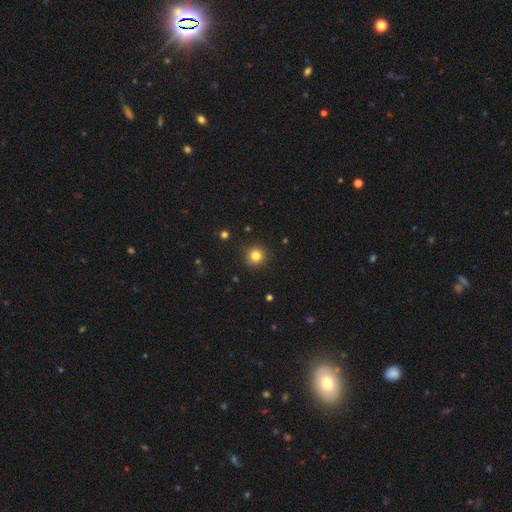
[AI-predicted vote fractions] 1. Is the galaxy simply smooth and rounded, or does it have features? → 82% smooth, 12% star or artifact, 5% featured or disk.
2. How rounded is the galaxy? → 94% round, 5% in between, 1% cigar-shaped.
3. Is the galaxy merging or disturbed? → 91% none, 6% minor disturbance, 2% major disturbance, 1% merger.